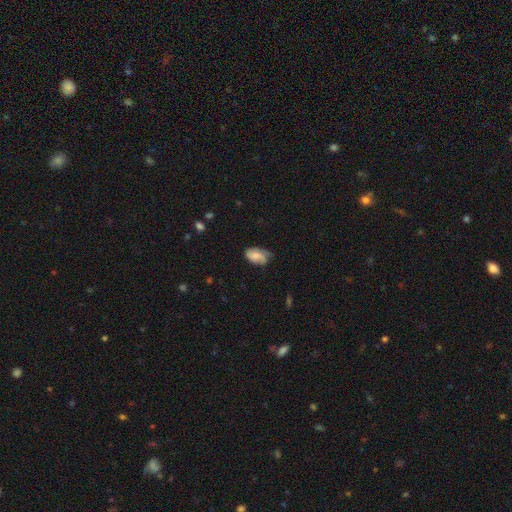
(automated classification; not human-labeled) This is possibly a smooth galaxy (56%). How rounded: clearly in between (90%). Merging: possibly none (51%).